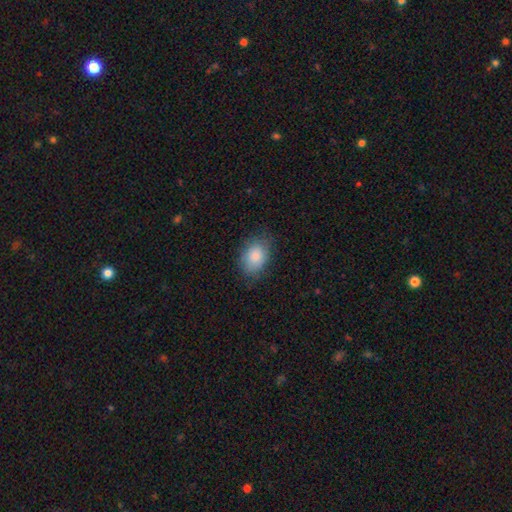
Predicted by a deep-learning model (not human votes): A smooth galaxy with no disk features (84%) that is in between round and cigar-shaped (80%). Merging: none (75%).